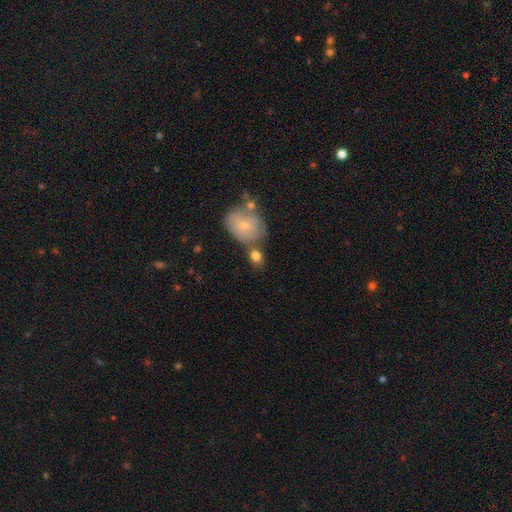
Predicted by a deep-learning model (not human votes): This appears to be a smooth galaxy with no disk features (76%) that is in between round and cigar-shaped (51%). Merging: none (49%).